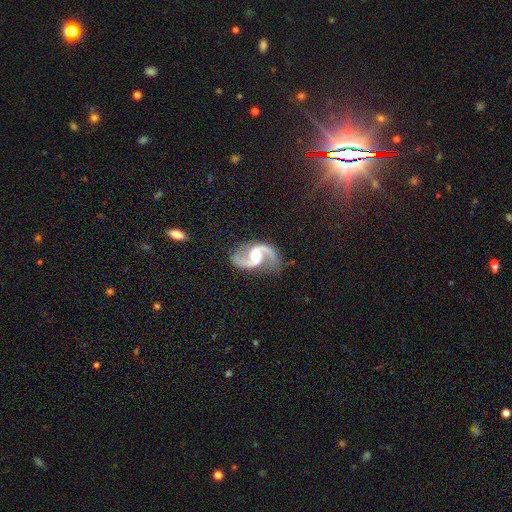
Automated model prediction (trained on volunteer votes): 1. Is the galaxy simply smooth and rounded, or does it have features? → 93% featured or disk, 4% star or artifact, 3% smooth.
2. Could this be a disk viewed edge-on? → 98% no, 2% yes.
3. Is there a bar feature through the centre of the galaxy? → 44% weak, 42% no, 14% strong.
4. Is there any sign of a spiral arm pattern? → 98% yes, 2% no.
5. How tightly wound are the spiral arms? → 50% medium, 43% loose, 8% tight.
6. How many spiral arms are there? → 95% 2, 1% 1, 1% can't tell, 1% 3, 1% 4, 1% more than 4.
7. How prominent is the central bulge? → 39% moderate, 25% small, 17% none, 17% large, 2% dominant.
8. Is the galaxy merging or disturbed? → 78% none, 14% minor disturbance, 6% major disturbance, 2% merger.